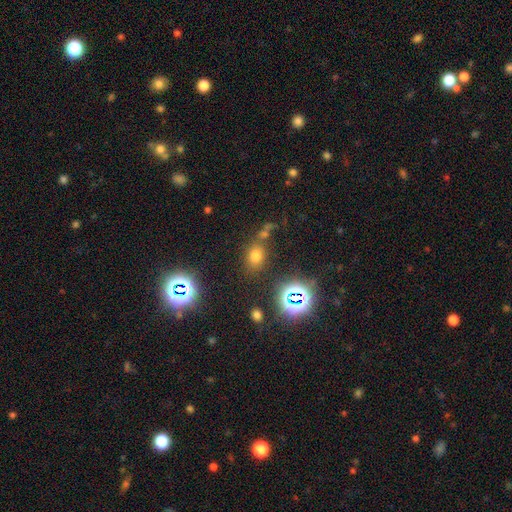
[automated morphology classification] A smooth galaxy with no disk features (62%) that is in between round and cigar-shaped (59%). Merging: none (71%).